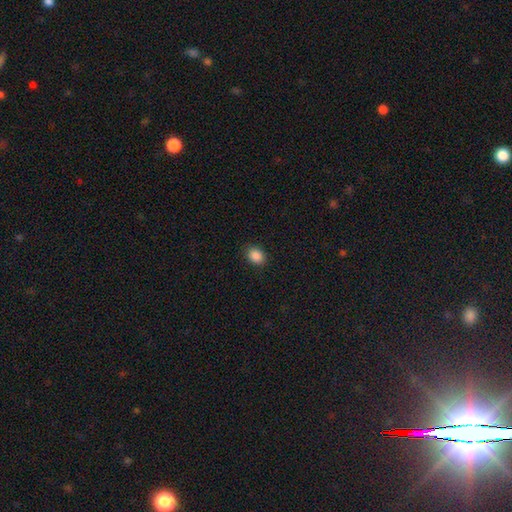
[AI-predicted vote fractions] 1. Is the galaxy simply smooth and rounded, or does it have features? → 88% smooth, 9% star or artifact, 3% featured or disk.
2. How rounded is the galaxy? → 60% in between, 39% round, 1% cigar-shaped.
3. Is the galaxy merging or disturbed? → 87% none, 9% minor disturbance, 2% major disturbance, 1% merger.